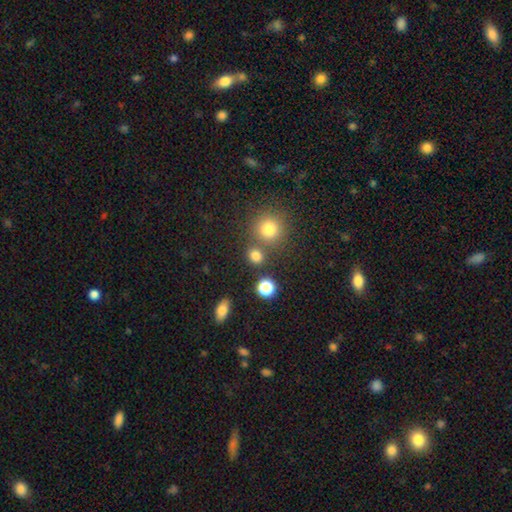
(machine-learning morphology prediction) The model was most divided on "how rounded": round: 77%, in between: 22%, cigar-shaped: 1%. More confident: smooth or featured — smooth (77%); merging — none (72%).